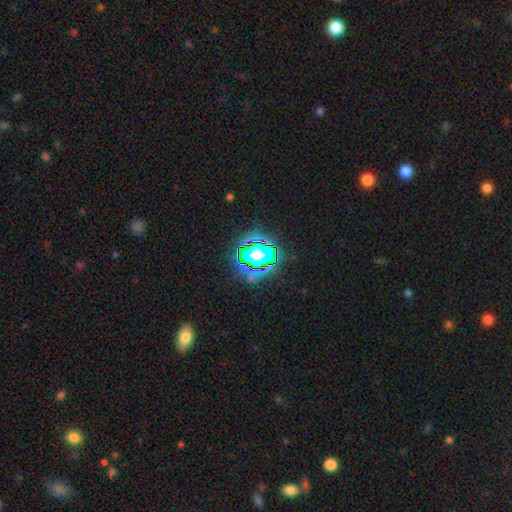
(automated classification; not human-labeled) A star or artifact, not a galaxy (64%).

Vote fractions:
- Smooth or featured? star or artifact: 64% / smooth: 22% / featured or disk: 14%